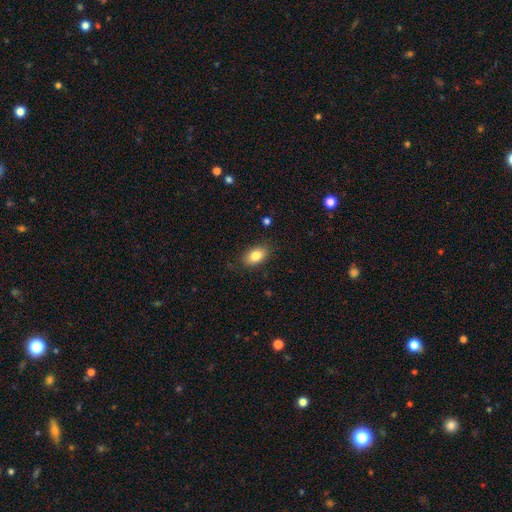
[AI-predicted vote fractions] Smooth or featured?
  - smooth: 84% *
  - featured or disk: 8%
  - star or artifact: 8%
How rounded?
  - in between: 89% *
  - round: 9%
  - cigar-shaped: 2%
Merging?
  - none: 84% *
  - minor disturbance: 12%
  - major disturbance: 3%
  - merger: 1%